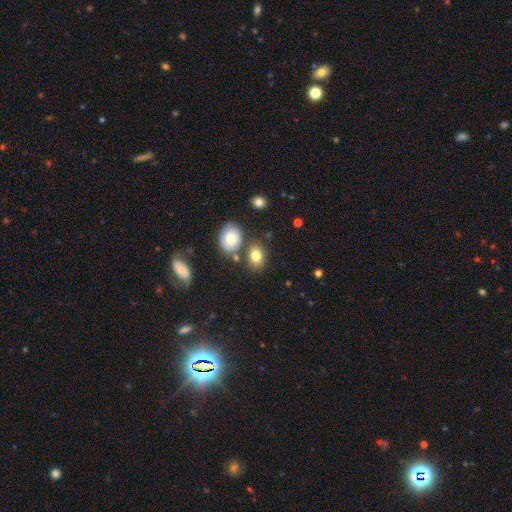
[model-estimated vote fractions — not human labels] smooth-or-featured: smooth: 80% | star or artifact: 10% | featured or disk: 10%
  how-rounded: in between: 64% | round: 35% | cigar-shaped: 1%
  merging: none: 68% | merger: 15% | minor disturbance: 13% | major disturbance: 4%